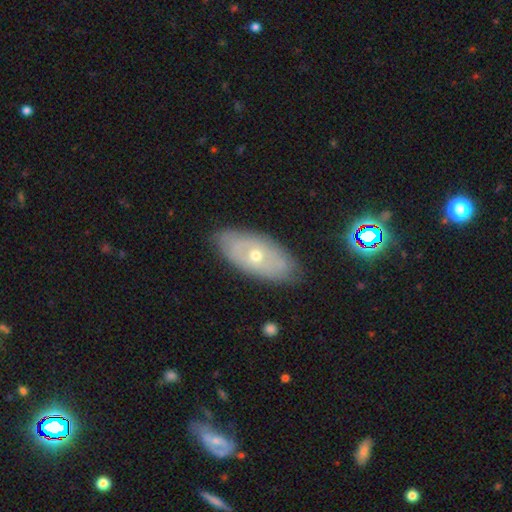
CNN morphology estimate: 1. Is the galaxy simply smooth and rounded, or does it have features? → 57% featured or disk, 37% smooth, 7% star or artifact.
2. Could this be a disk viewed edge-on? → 84% no, 16% yes.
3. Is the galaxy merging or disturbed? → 80% none, 15% minor disturbance, 3% major disturbance, 1% merger.